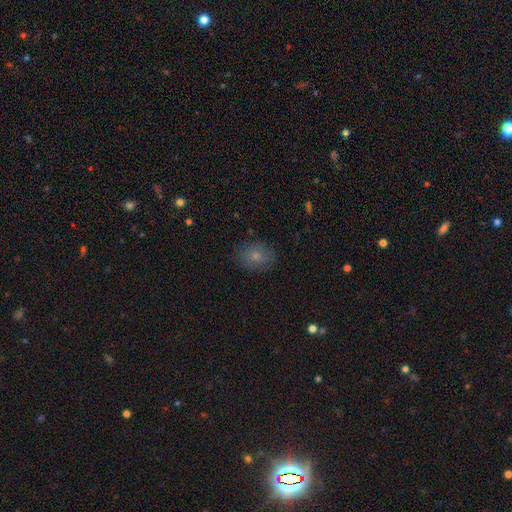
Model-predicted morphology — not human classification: The model was most divided on "how rounded": in between: 60%, round: 39%, cigar-shaped: 1%. More confident: merging — none (84%); smooth or featured — smooth (77%).